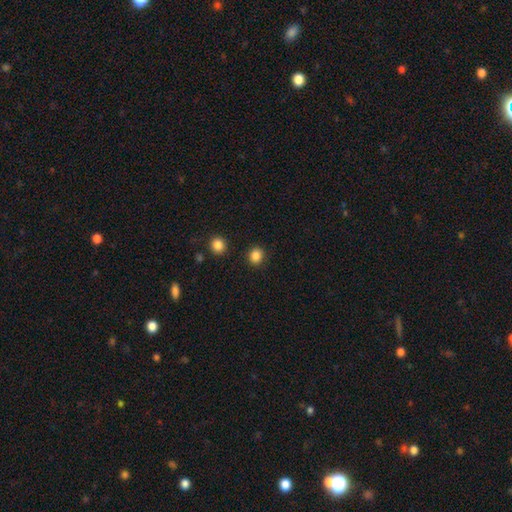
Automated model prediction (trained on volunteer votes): Q: Smooth or featured?
A: smooth (86%); runner-up: star or artifact (11%)
Q: How rounded?
A: round (77%); runner-up: in between (22%)
Q: Merging?
A: none (89%); runner-up: minor disturbance (6%)